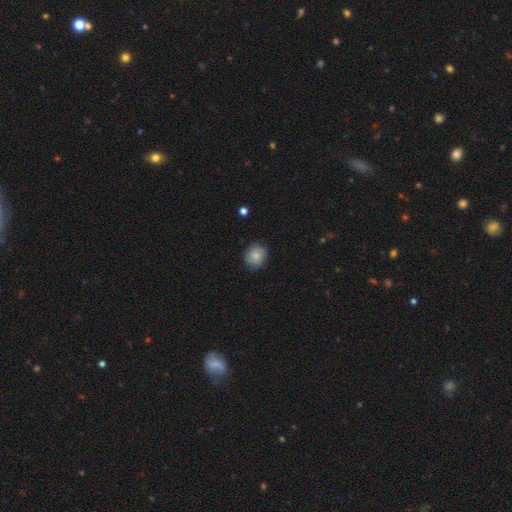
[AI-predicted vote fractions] smooth 72%, featured or disk 21%, star or artifact 8%. Down the decision tree: how rounded — round (75%); merging — none (79%).